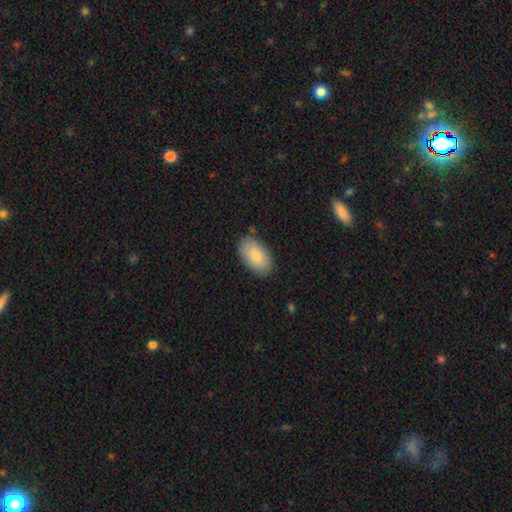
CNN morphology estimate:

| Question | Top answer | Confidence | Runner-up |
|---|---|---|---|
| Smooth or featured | smooth | 83% | featured or disk (12%) |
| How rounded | in between | 94% | round (4%) |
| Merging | none | 84% | minor disturbance (12%) |